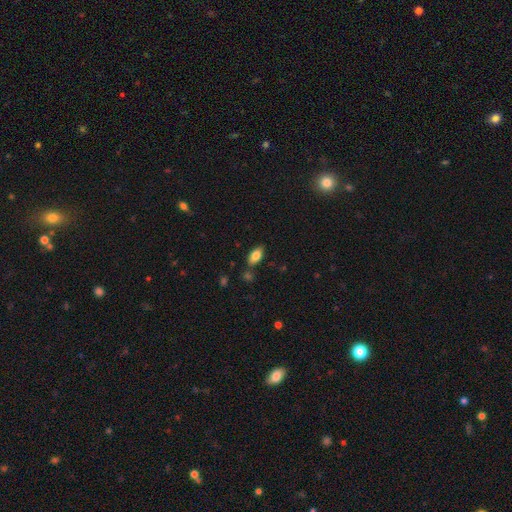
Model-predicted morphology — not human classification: type=smooth (79%); roundness=in between (90%); merging=none (78%).